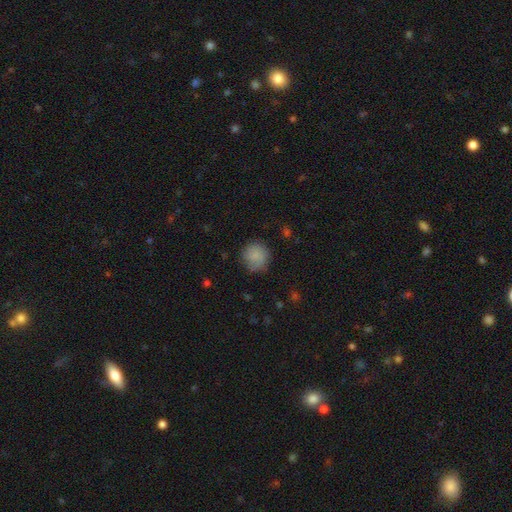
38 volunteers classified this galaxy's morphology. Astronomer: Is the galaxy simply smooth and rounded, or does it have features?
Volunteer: smooth — 82%.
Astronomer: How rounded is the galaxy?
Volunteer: round — 90%.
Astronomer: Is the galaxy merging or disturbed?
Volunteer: none — 91%.